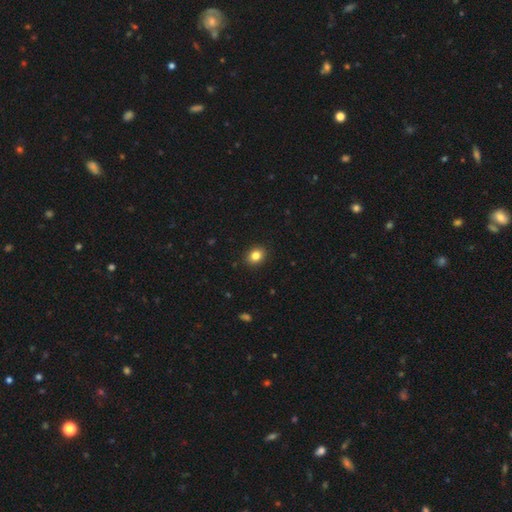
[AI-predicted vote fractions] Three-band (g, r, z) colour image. It shows a smooth galaxy with no disk features (83%) that is round (50%). Merging: none (91%).